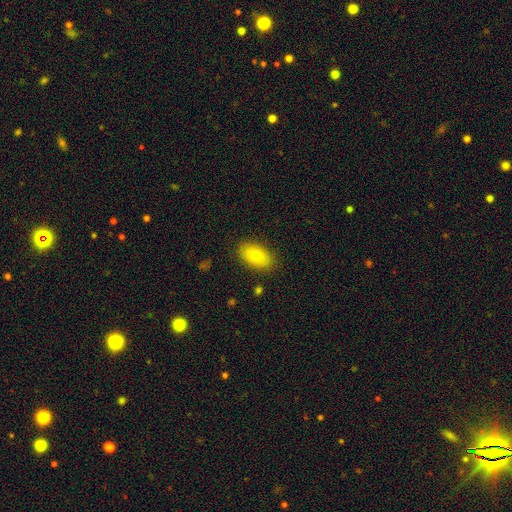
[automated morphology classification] Smooth or featured? Predicted: smooth (p=0.77). How rounded? Predicted: in between (p=0.91). Merging? Predicted: none (p=0.87).